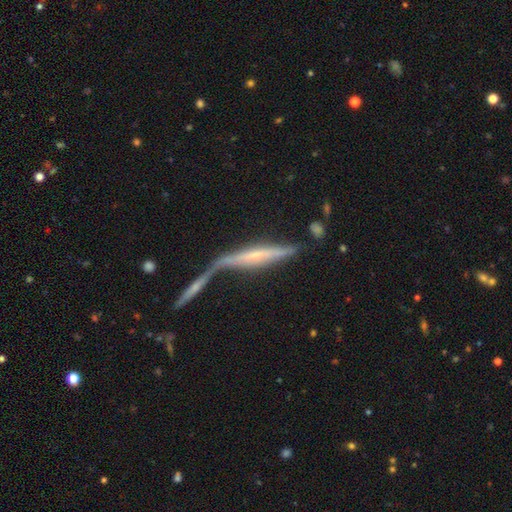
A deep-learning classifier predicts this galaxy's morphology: Overall: featured or disk (66%). Edge-on disk: yes (86%). Edge-on bulge: rounded (52%; none 36%). Merging: merger (48%; none 29%).